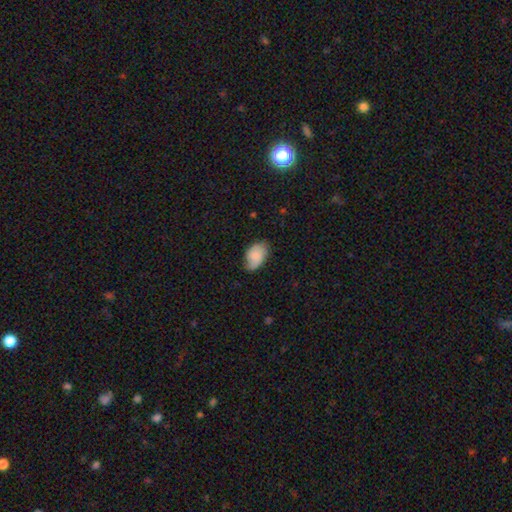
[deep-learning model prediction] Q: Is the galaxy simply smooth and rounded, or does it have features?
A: smooth — 70%.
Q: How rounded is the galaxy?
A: in between — 90%.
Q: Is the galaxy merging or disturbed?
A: none — 63%.